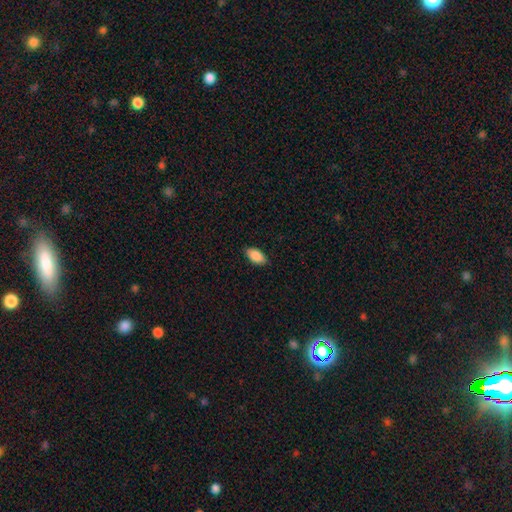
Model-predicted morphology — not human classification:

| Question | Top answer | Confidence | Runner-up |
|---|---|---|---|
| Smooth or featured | smooth | 89% | star or artifact (6%) |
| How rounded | in between | 94% | cigar-shaped (4%) |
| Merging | none | 87% | minor disturbance (10%) |